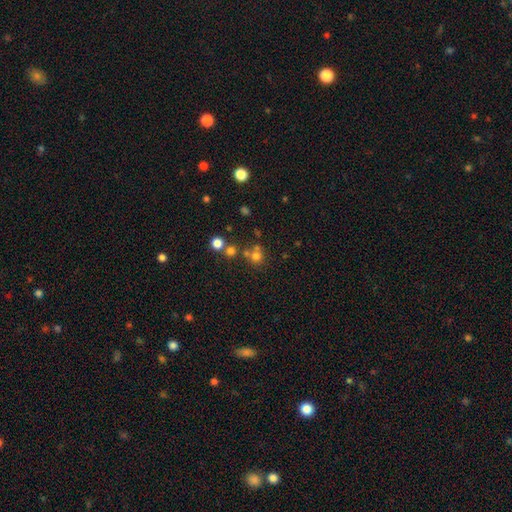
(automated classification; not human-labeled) Smooth or featured?
  - smooth: 67% *
  - star or artifact: 22%
  - featured or disk: 12%
How rounded?
  - round: 88% *
  - in between: 11%
  - cigar-shaped: 1%
Merging?
  - none: 59% *
  - merger: 29%
  - minor disturbance: 8%
  - major disturbance: 4%